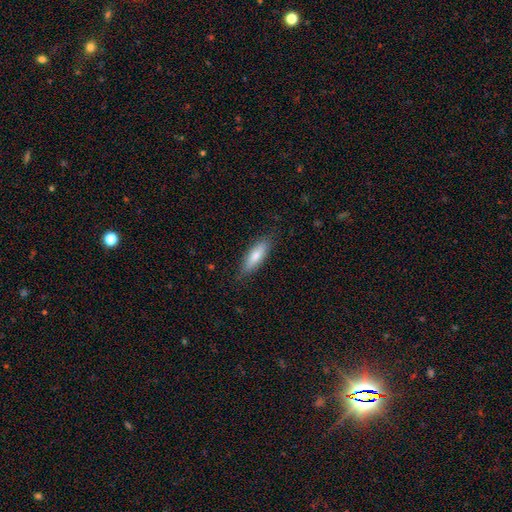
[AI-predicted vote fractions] This is likely a smooth galaxy (76%). How rounded: possibly in between (54%). Merging: clearly none (82%).